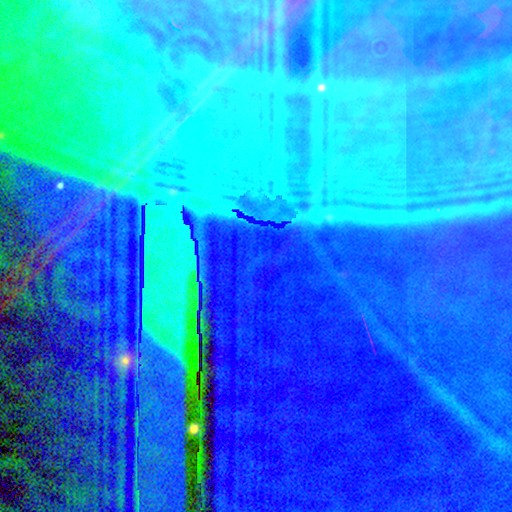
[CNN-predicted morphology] smooth_or_featured: star or artifact (p=0.87) [alt: featured or disk p=0.07]